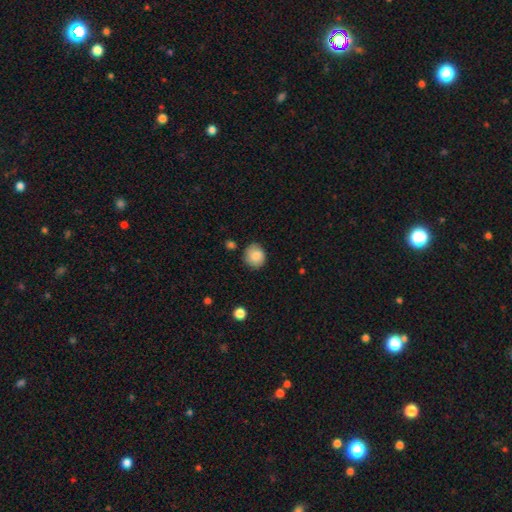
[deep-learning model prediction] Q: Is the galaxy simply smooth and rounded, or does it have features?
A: smooth — 83%.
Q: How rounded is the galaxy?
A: round — 75%.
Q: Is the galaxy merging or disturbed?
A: none — 76%.